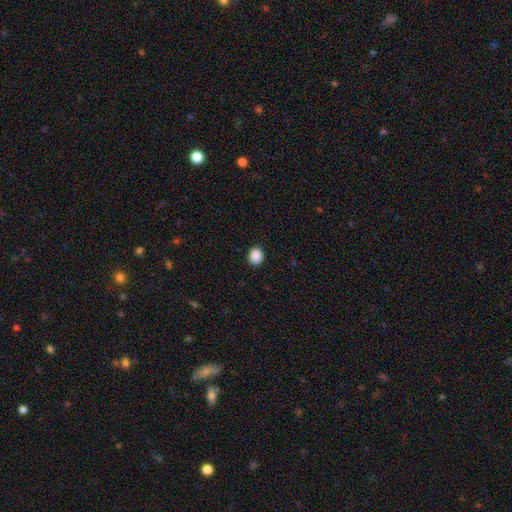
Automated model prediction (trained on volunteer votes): A smooth galaxy with no disk features (89%) that is round (66%).

Vote fractions:
- Smooth or featured? smooth: 89% / star or artifact: 9% / featured or disk: 2%
- How rounded? round: 66% / in between: 33% / cigar-shaped: 1%
- Merging? none: 91% / minor disturbance: 6% / major disturbance: 2% / merger: 1%